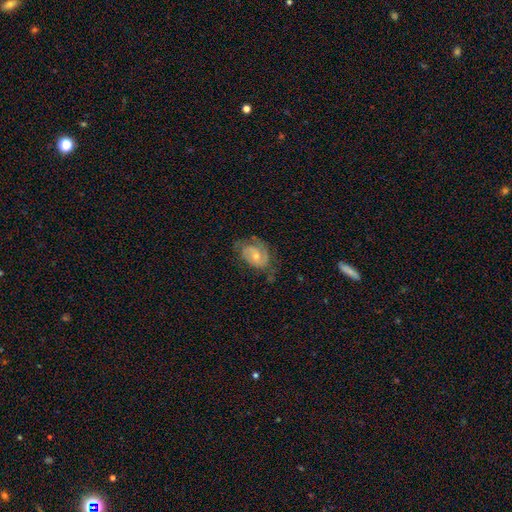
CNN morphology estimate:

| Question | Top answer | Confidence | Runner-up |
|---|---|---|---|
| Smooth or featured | featured or disk | 67% | smooth (26%) |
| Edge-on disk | no | 97% | yes (3%) |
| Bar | no | 58% | weak (36%) |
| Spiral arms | yes | 86% | no (14%) |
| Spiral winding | tight | 44% | medium (40%) |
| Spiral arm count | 2 | 59% | can't tell (21%) |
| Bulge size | moderate | 52% | small (42%) |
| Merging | none | 54% | minor disturbance (29%) |